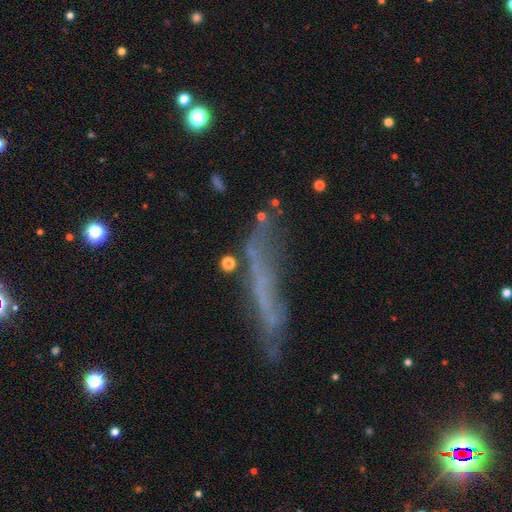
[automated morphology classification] A featured or disk galaxy (49%).

Vote fractions:
- Smooth or featured? featured or disk: 49% / smooth: 37% / star or artifact: 14%
- Merging? none: 54% / minor disturbance: 22% / major disturbance: 17% / merger: 7%